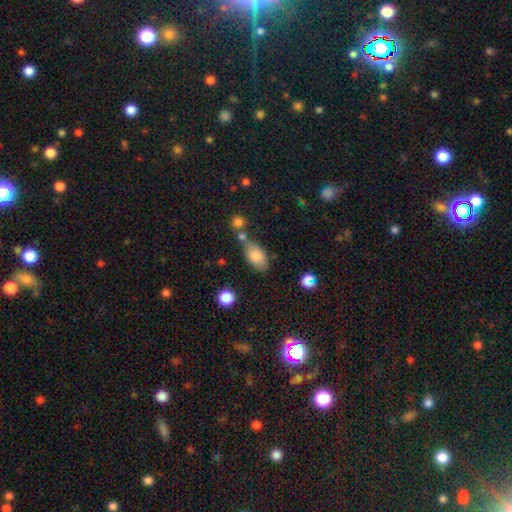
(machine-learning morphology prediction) This appears to be a smooth galaxy with no disk features (80%) that is in between round and cigar-shaped (91%). Merging: none (60%).